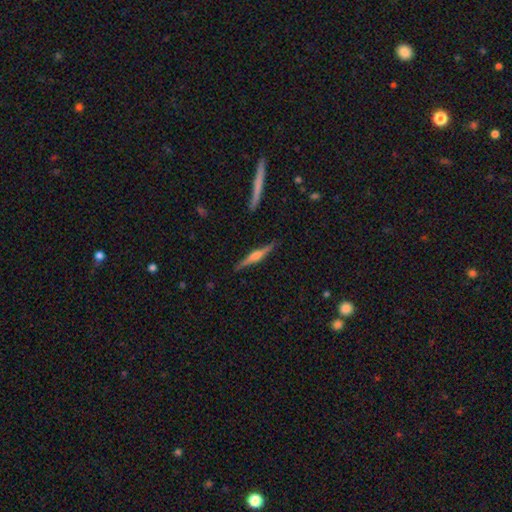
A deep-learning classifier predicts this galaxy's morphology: featured or disk 76%, smooth 19%, star or artifact 6%. Down the decision tree: edge-on disk — yes (98%); edge-on bulge — rounded (87%); merging — none (89%).